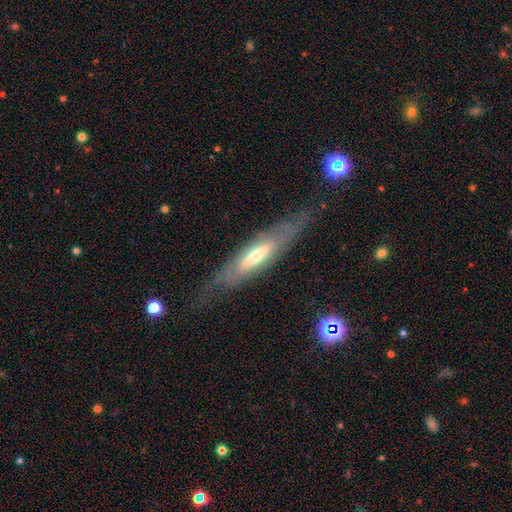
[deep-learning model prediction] This is likely a featured or disk galaxy (61%). It is likely viewed edge-on (60%). Merging: likely none (71%).